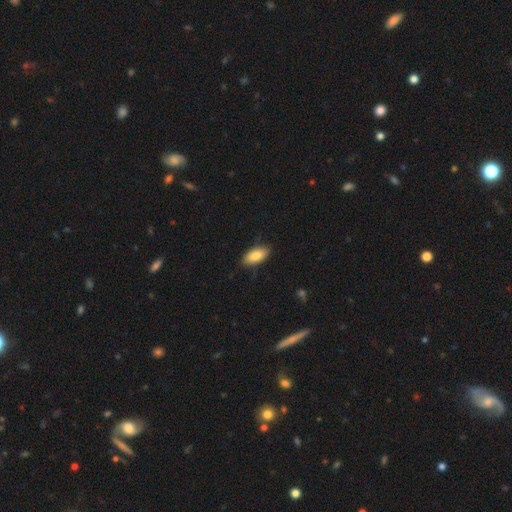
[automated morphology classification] Q: Smooth or featured?
A: smooth (83%); runner-up: featured or disk (10%)
Q: How rounded?
A: in between (91%); runner-up: cigar-shaped (7%)
Q: Merging?
A: none (84%); runner-up: minor disturbance (13%)